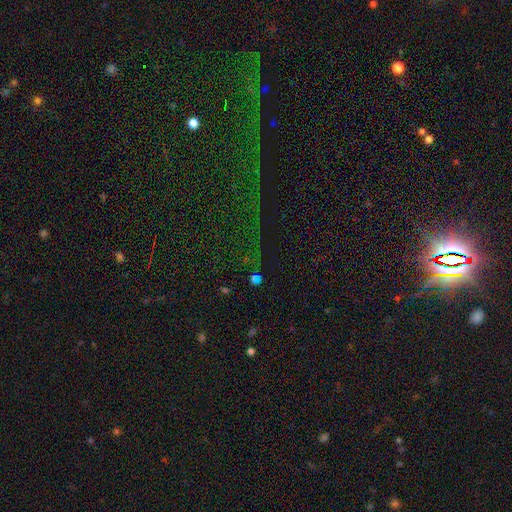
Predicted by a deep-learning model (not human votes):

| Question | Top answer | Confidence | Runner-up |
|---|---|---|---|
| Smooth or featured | star or artifact | 79% | smooth (12%) |